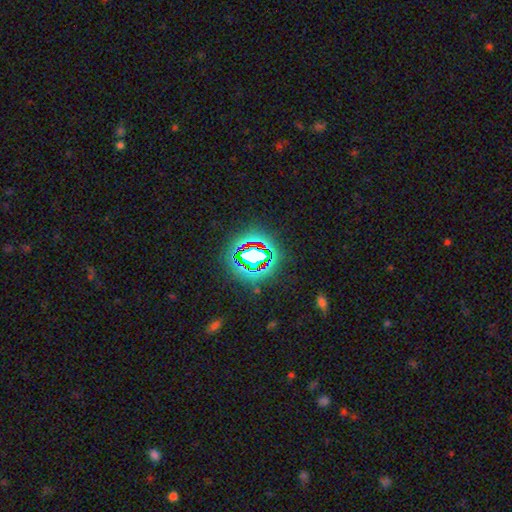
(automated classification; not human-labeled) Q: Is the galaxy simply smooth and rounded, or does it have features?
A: star or artifact — 68%.